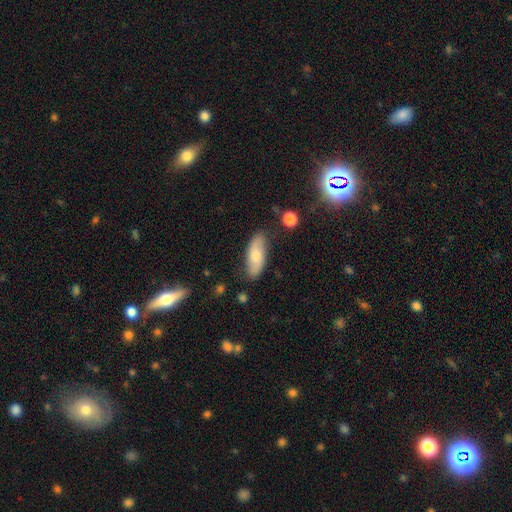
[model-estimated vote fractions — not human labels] Smooth or featured: smooth — 64% (featured or disk — 30%)
How rounded: in between — 78% (cigar-shaped — 19%)
Merging: none — 80% (minor disturbance — 15%)